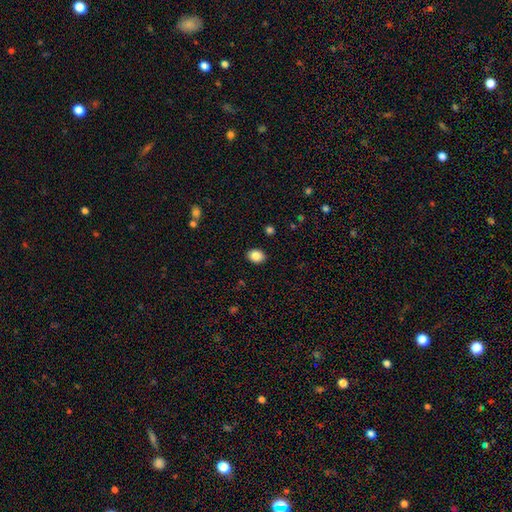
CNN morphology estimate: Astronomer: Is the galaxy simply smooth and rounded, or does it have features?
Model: smooth — 87%.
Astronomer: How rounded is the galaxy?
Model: in between — 59% (runner-up: round, 41%).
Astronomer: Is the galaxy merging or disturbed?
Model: none — 90%.